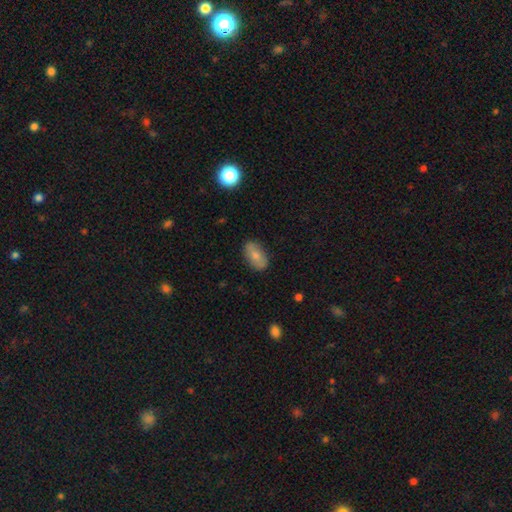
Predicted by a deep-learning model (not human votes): This appears to be a smooth galaxy with no disk features (75%) that is in between round and cigar-shaped (92%). Merging: none (84%).